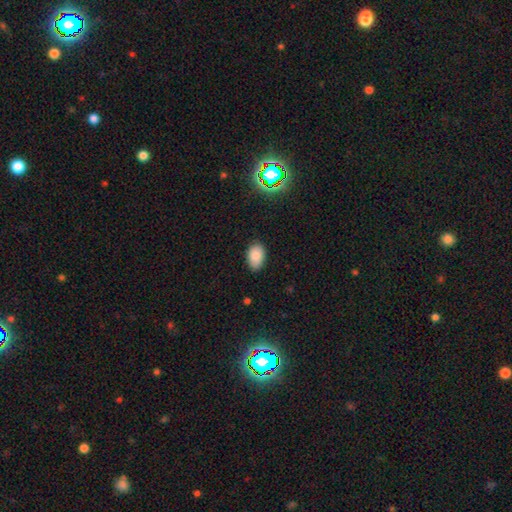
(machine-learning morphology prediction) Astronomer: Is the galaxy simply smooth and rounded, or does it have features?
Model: smooth — 84%.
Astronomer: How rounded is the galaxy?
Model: in between — 89%.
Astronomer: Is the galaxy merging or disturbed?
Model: none — 81%.